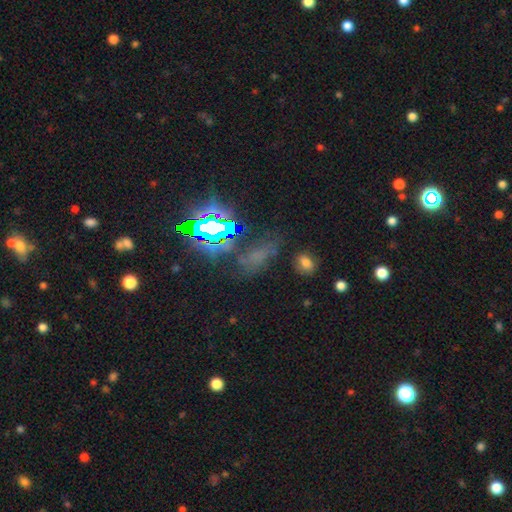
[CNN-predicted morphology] This appears to be a star or artifact, not a galaxy (50%).